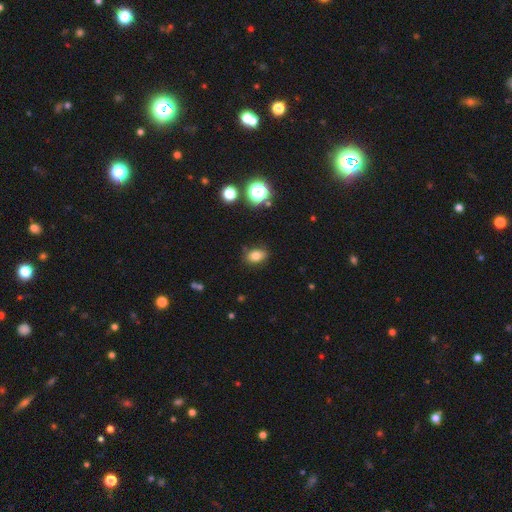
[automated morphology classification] This is likely a smooth galaxy (80%). How rounded: clearly in between (80%). Merging: clearly none (84%).